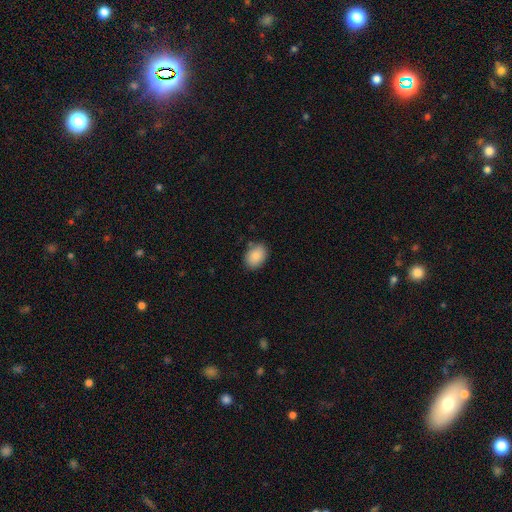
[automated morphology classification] Smooth or featured: smooth — 88% (star or artifact — 7%)
How rounded: in between — 74% (round — 25%)
Merging: none — 82% (minor disturbance — 13%)